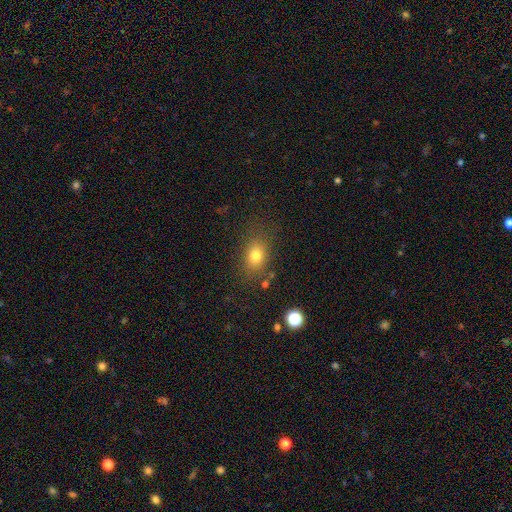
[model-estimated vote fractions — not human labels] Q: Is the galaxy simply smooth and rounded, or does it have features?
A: smooth — 77%.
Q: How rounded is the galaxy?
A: in between — 63%.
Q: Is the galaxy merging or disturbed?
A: none — 78%.